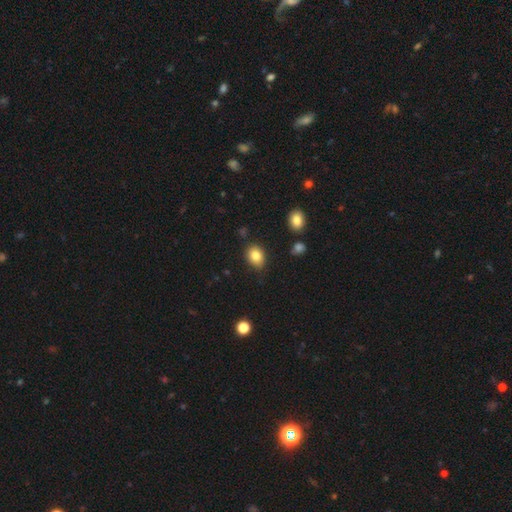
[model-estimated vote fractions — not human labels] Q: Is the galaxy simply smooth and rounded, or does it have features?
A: smooth — 82%.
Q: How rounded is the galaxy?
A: in between — 59%.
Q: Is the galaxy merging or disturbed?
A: none — 79%.